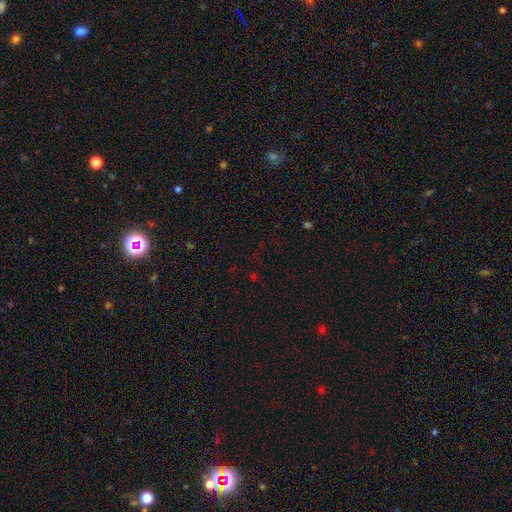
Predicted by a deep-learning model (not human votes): Smooth or featured? Predicted: star or artifact (p=0.64).